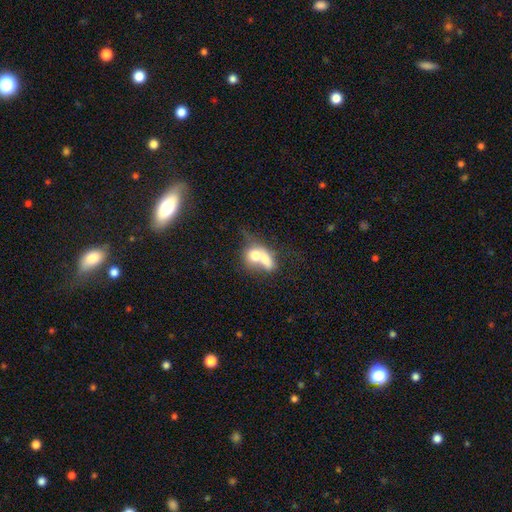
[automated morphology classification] This appears to be a smooth galaxy with no disk features (66%) that is in between round and cigar-shaped (53%). Merging: merger (71%).